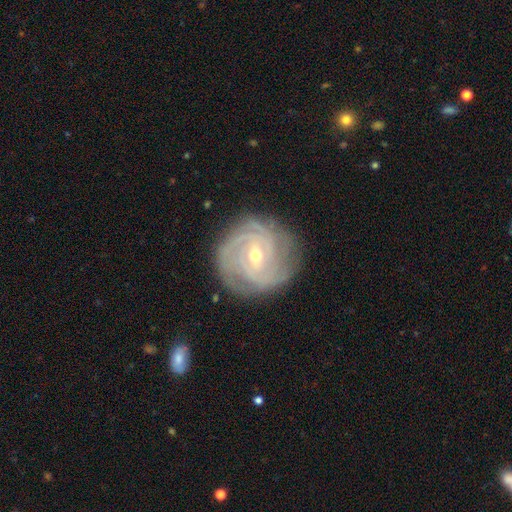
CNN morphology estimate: This appears to be a featured or disk galaxy (87%) with a weak bar (52%), 3 (28%) tight (74%) spiral arms (97%) and a small central bulge (53%). Merging: none (81%).